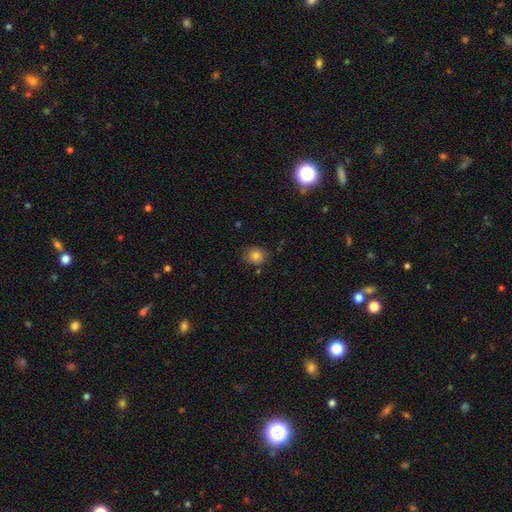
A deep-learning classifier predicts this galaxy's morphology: Smooth or featured?
  - smooth: 82% *
  - star or artifact: 11%
  - featured or disk: 7%
How rounded?
  - round: 76% *
  - in between: 23%
  - cigar-shaped: 1%
Merging?
  - none: 83% *
  - minor disturbance: 12%
  - major disturbance: 3%
  - merger: 2%